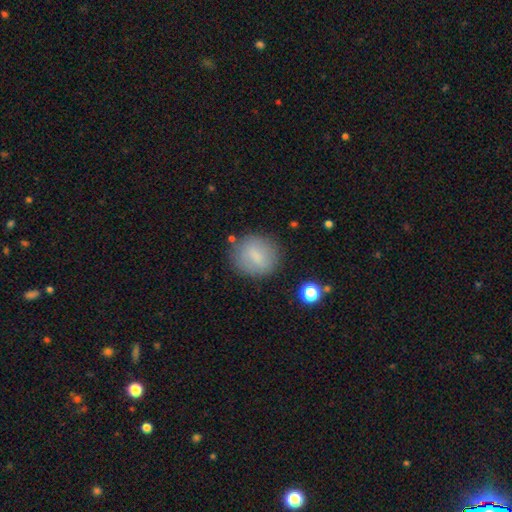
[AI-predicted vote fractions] The model was most divided on "how rounded": round: 74%, in between: 24%, cigar-shaped: 2%. More confident: merging — none (80%); smooth or featured — smooth (71%).